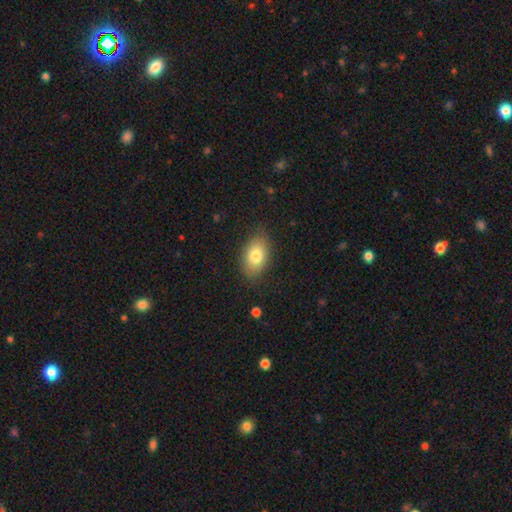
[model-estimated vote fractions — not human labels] Smooth or featured?
  - smooth: 80% *
  - featured or disk: 12%
  - star or artifact: 8%
How rounded?
  - in between: 88% *
  - round: 10%
  - cigar-shaped: 2%
Merging?
  - none: 83% *
  - minor disturbance: 12%
  - major disturbance: 3%
  - merger: 1%